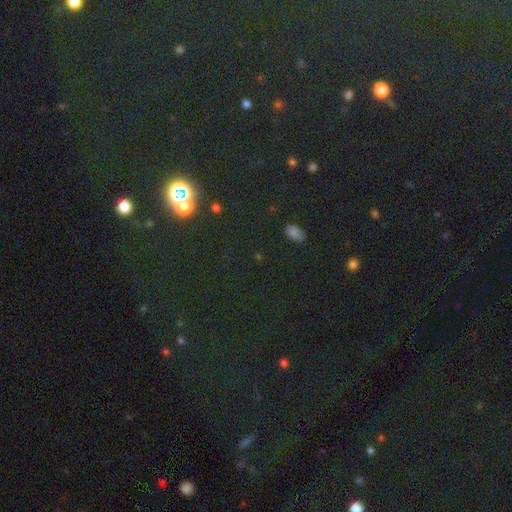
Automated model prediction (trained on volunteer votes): A star or artifact, not a galaxy (74%).

Vote fractions:
- Smooth or featured? star or artifact: 74% / smooth: 17% / featured or disk: 9%